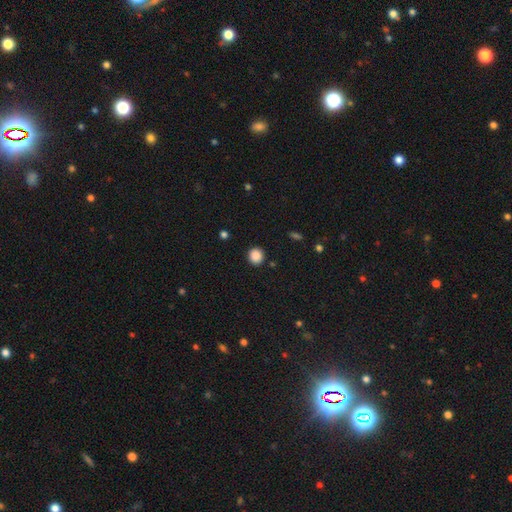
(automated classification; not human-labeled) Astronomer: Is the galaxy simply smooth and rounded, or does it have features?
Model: smooth — 88%.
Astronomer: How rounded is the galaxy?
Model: round — 84%.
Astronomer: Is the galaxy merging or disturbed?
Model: none — 90%.